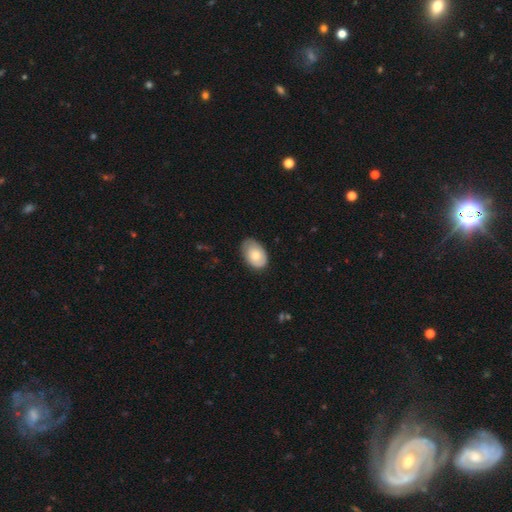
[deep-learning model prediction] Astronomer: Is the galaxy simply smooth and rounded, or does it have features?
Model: smooth — 70%.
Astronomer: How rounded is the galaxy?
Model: in between — 87%.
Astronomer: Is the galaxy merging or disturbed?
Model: none — 69%.